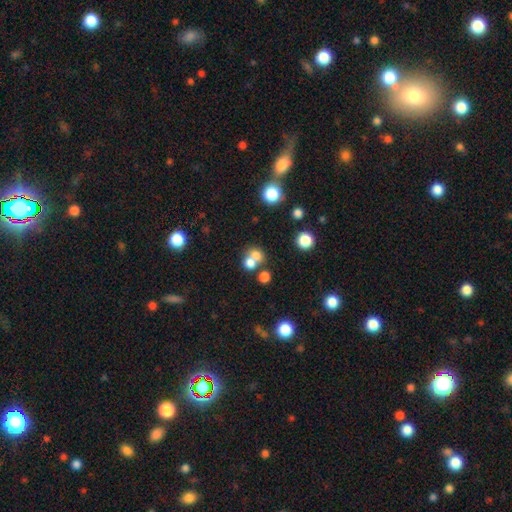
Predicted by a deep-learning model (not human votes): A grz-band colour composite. It shows a smooth galaxy with no disk features (70%) that is round (74%). Merging: merger (54%).